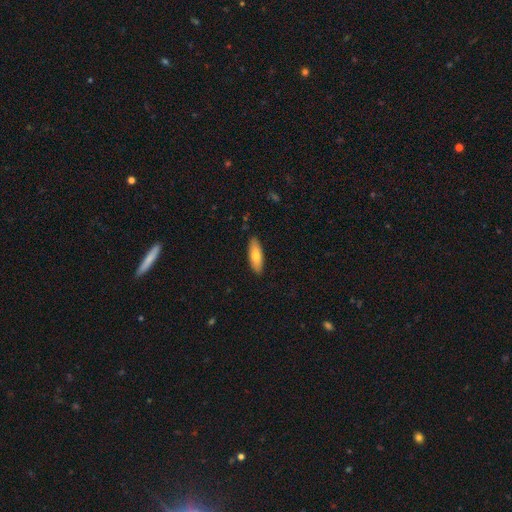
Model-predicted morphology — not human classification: Smooth or featured?
  - smooth: 78% *
  - featured or disk: 17%
  - star or artifact: 6%
How rounded?
  - in between: 61% *
  - cigar-shaped: 37%
  - round: 2%
Merging?
  - none: 88% *
  - minor disturbance: 9%
  - major disturbance: 2%
  - merger: 1%